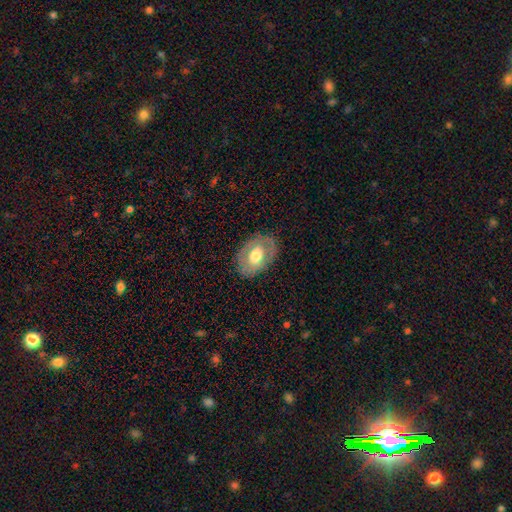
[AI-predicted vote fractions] Smooth or featured: smooth — 52% (featured or disk — 41%)
How rounded: in between — 79% (round — 20%)
Merging: none — 80% (minor disturbance — 14%)